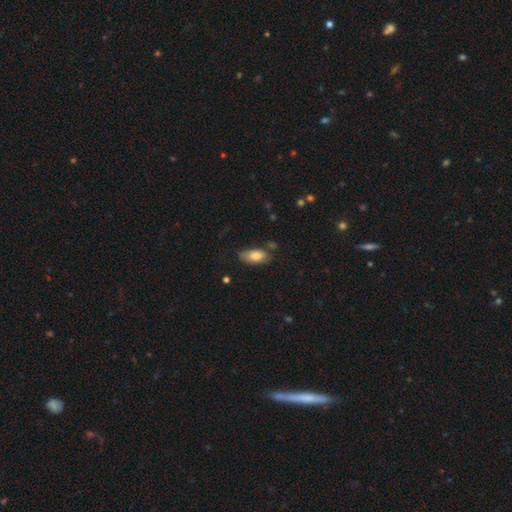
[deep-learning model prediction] Smooth or featured? smooth (80%)
How rounded? in between (89%)
Merging? none (62%)